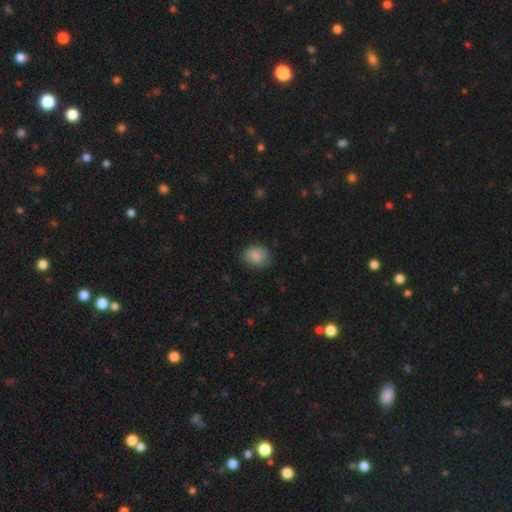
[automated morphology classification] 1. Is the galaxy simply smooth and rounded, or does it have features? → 84% smooth, 9% featured or disk, 8% star or artifact.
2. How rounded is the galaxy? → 60% round, 39% in between, 1% cigar-shaped.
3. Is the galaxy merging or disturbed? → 72% none, 22% minor disturbance, 5% major disturbance, 1% merger.